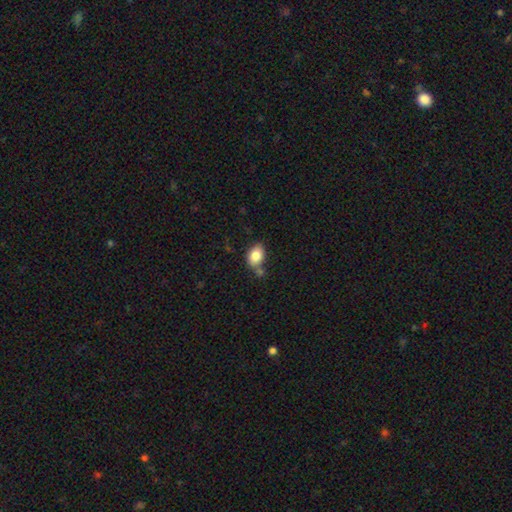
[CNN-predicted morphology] smooth_or_featured: smooth (p=0.84) [alt: star or artifact p=0.08]
how_rounded: in between (p=0.79) [alt: round p=0.19]
merging: none (p=0.61) [alt: minor disturbance p=0.18]